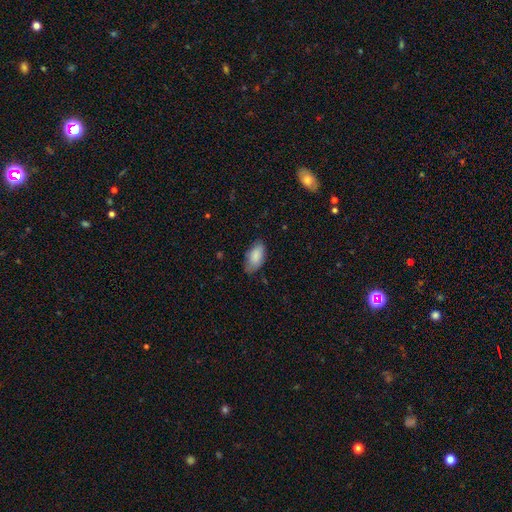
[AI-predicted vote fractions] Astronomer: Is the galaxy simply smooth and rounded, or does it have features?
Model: smooth — 86%.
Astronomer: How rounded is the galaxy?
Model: in between — 94%.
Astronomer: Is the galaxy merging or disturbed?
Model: none — 73%.